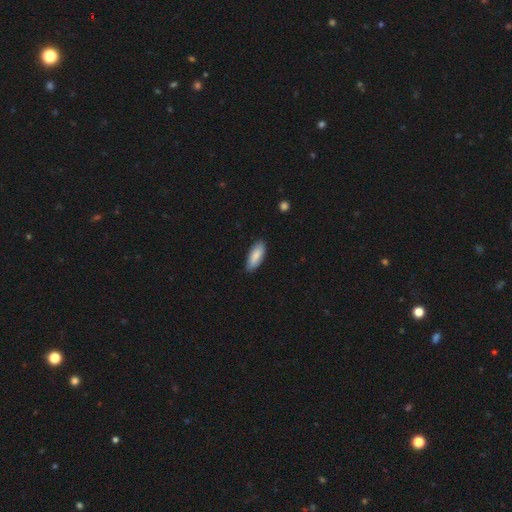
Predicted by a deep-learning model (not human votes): Morphology: type=smooth (87%); roundness=in between (73%); merging=none (86%).